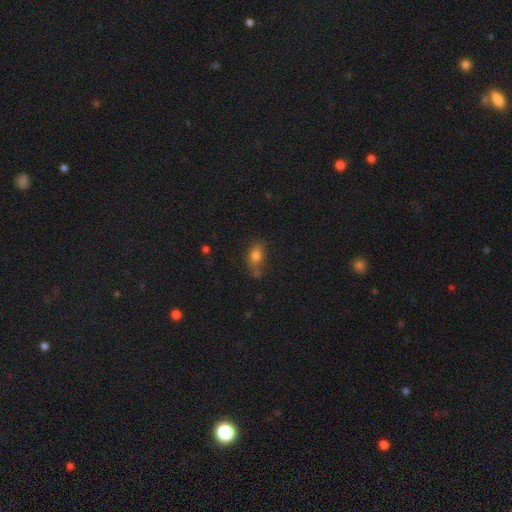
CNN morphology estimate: A smooth galaxy with no disk features (77%) that is in between round and cigar-shaped (71%). Merging: none (57%).